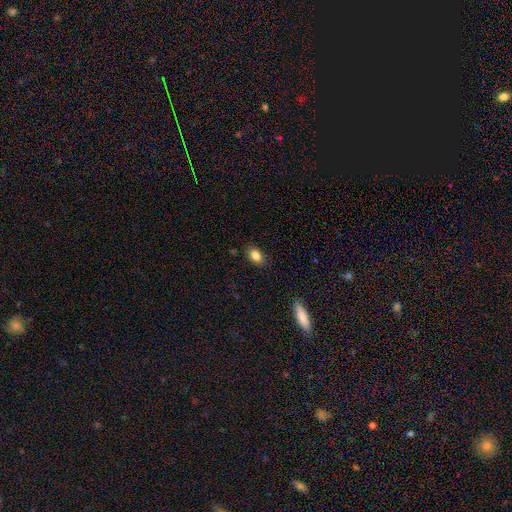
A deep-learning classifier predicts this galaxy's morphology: Smooth or featured? Predicted: smooth (p=0.84). How rounded? Predicted: in between (p=0.82). Merging? Predicted: none (p=0.85).